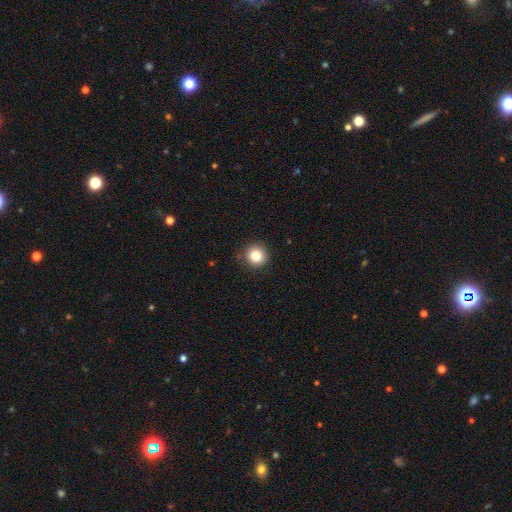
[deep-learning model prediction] This appears to be a smooth galaxy with no disk features (84%) that is round (94%). Merging: none (88%).